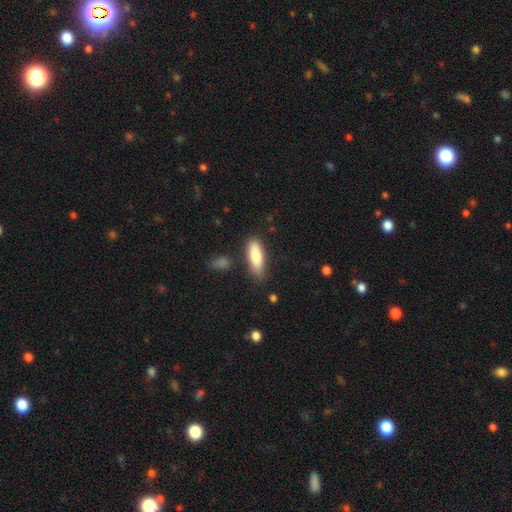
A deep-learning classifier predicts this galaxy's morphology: smooth_or_featured: smooth (p=0.77) [alt: featured or disk p=0.17]
how_rounded: in between (p=0.51) [alt: cigar-shaped p=0.47]
merging: none (p=0.79) [alt: minor disturbance p=0.14]